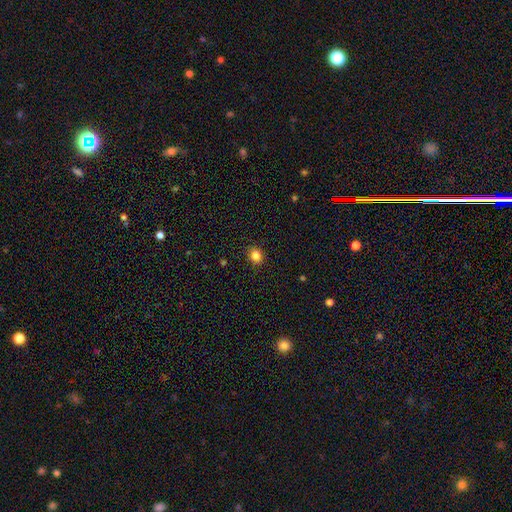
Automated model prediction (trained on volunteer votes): Smooth or featured? smooth (84%)
How rounded? round (63%)
Merging? none (90%)